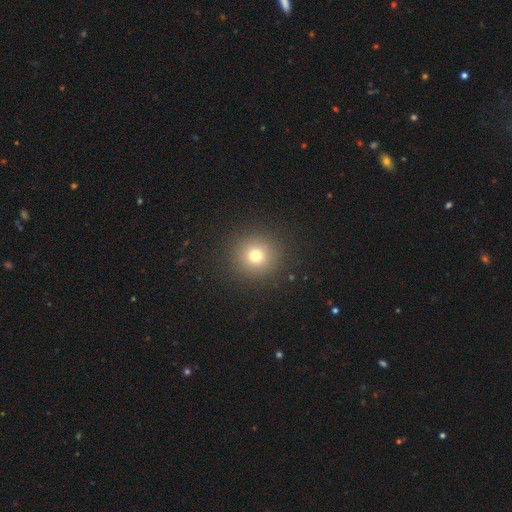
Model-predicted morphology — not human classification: smooth-or-featured: smooth: 75% | star or artifact: 16% | featured or disk: 9%
  how-rounded: round: 94% | in between: 5% | cigar-shaped: 1%
  merging: none: 91% | minor disturbance: 5% | major disturbance: 3% | merger: 1%